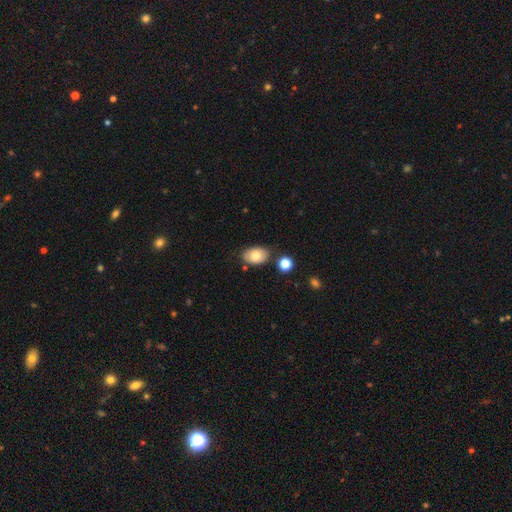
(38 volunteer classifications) smooth-or-featured: smooth: 76% | featured or disk: 18% | star or artifact: 5%
  how-rounded: in between: 76% | round: 24% | cigar-shaped: 0%
  merging: none: 69% | minor disturbance: 19% | major disturbance: 6% | merger: 6%